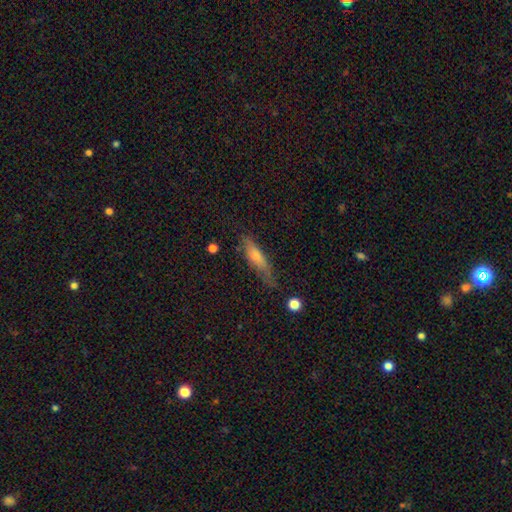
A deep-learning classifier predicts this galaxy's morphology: Overall: smooth (58%; featured or disk 32%). How rounded: cigar-shaped (76%). Merging: none (70%).